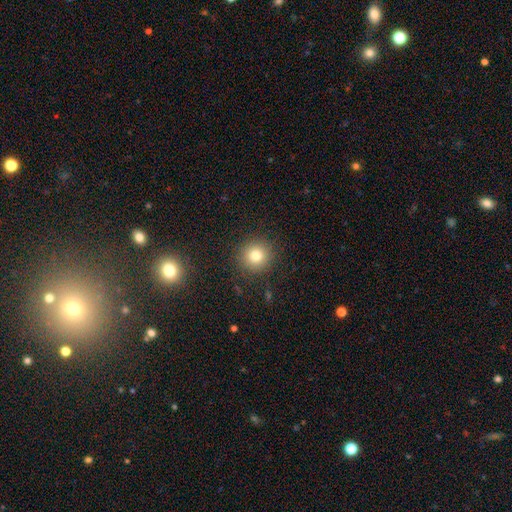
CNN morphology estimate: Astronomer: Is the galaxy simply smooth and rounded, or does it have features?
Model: smooth — 79%.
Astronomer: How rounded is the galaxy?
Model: round — 92%.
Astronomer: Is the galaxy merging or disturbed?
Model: none — 89%.